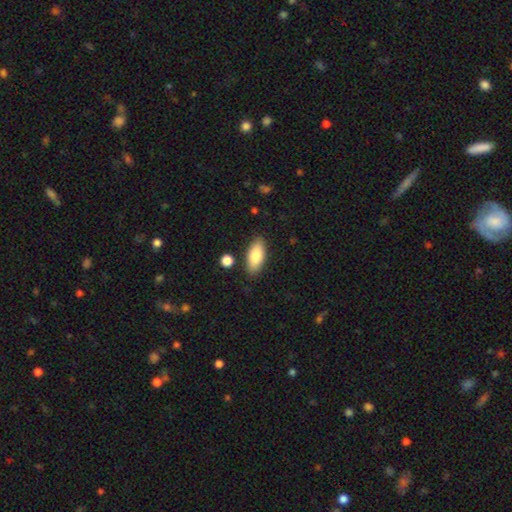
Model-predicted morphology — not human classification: Smooth or featured? Predicted: smooth (p=0.81). How rounded? Predicted: in between (p=0.84). Merging? Predicted: none (p=0.85).